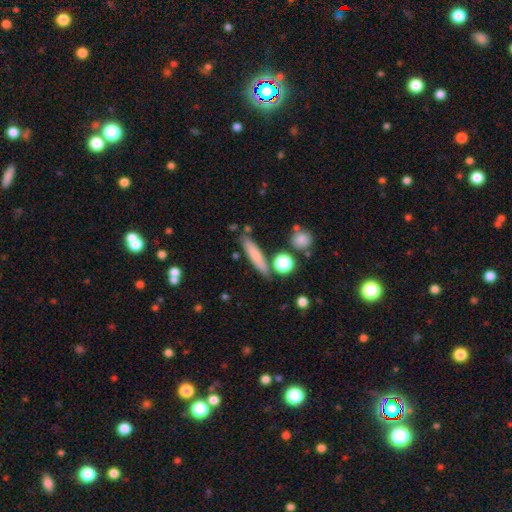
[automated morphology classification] Smooth or featured: smooth — 73% (featured or disk — 19%)
How rounded: cigar-shaped — 84% (in between — 13%)
Merging: none — 80% (minor disturbance — 11%)